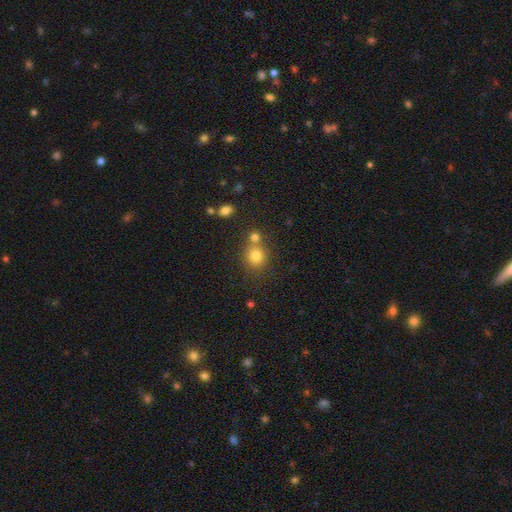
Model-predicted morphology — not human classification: Overall: smooth (78%). How rounded: round (82%). Merging: none (59%; merger 28%).